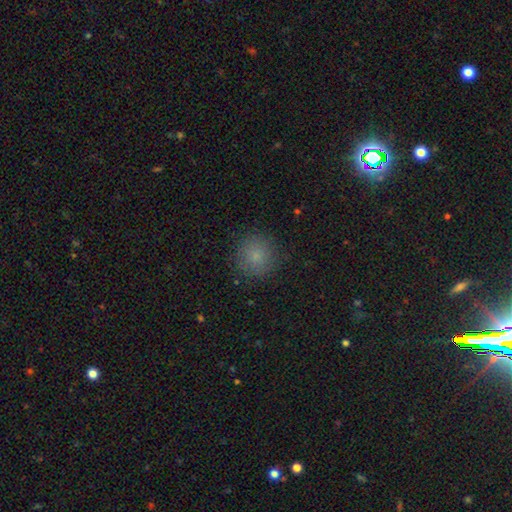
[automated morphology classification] Smooth or featured: smooth — 82% (star or artifact — 12%)
How rounded: round — 93% (in between — 6%)
Merging: none — 87% (minor disturbance — 9%)